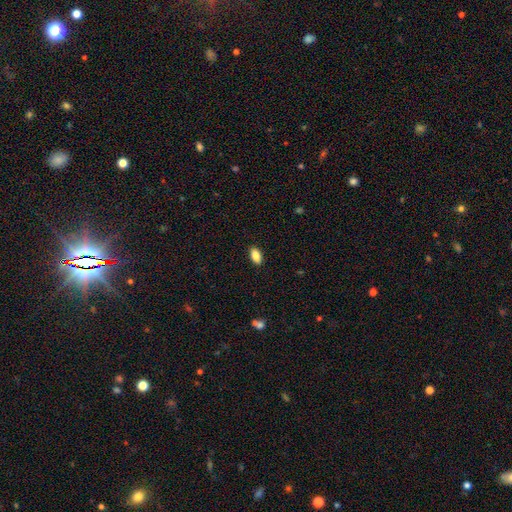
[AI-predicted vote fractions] Smooth or featured: smooth — 86% (star or artifact — 8%)
How rounded: in between — 90% (cigar-shaped — 7%)
Merging: none — 89% (minor disturbance — 8%)